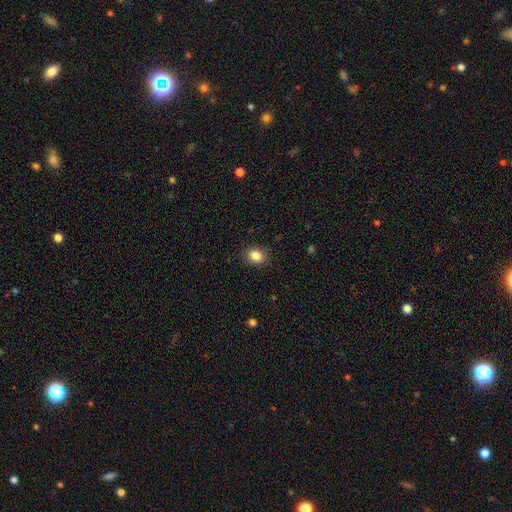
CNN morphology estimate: Overall: smooth (85%). How rounded: round (61%; in between 38%). Merging: none (88%).